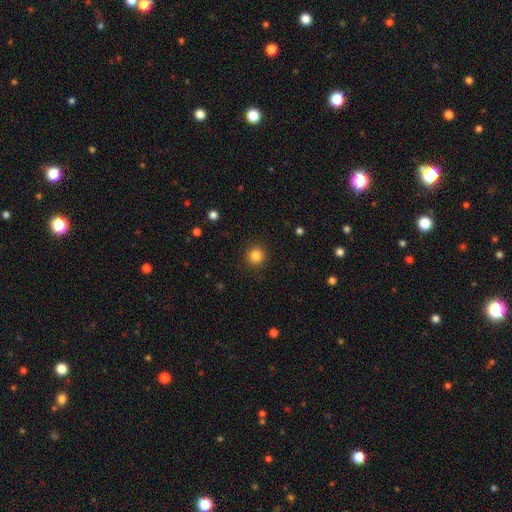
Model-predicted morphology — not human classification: smooth_or_featured: smooth (p=0.84) [alt: star or artifact p=0.12]
how_rounded: round (p=0.94) [alt: in between p=0.05]
merging: none (p=0.91) [alt: minor disturbance p=0.06]